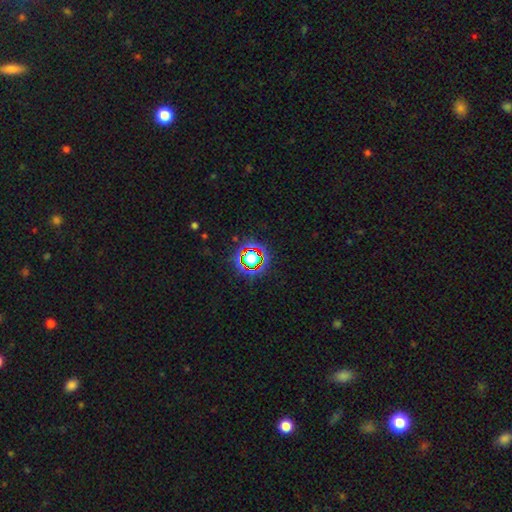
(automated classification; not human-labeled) A star or artifact, not a galaxy (65%).